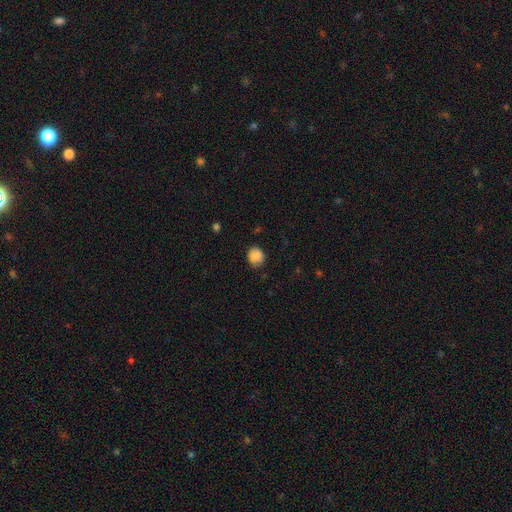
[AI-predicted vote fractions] smooth_or_featured: smooth (p=0.82) [alt: star or artifact p=0.09]
how_rounded: round (p=0.68) [alt: in between p=0.31]
merging: none (p=0.66) [alt: minor disturbance p=0.25]